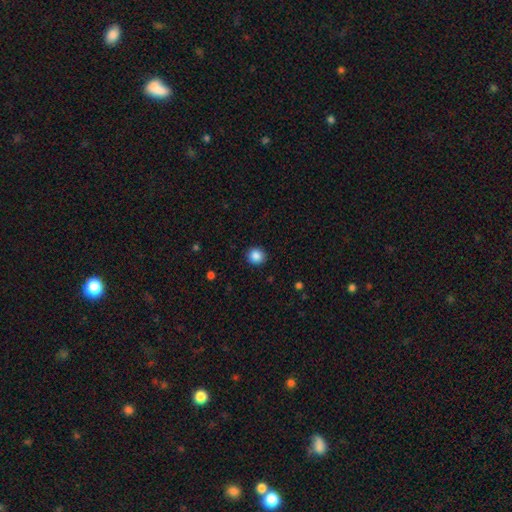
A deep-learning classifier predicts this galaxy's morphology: smooth 87%, star or artifact 10%, featured or disk 3%. Down the decision tree: how rounded — round (91%); merging — none (92%).